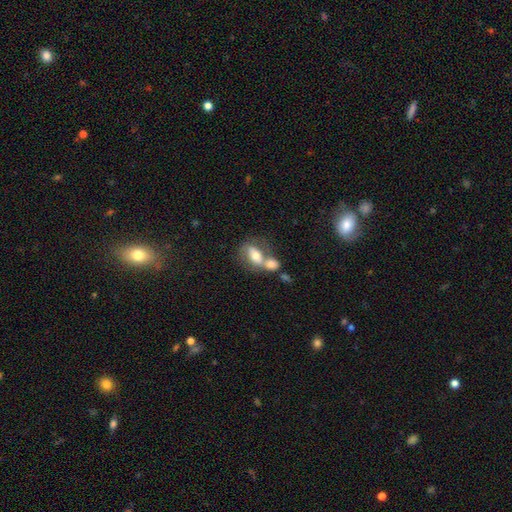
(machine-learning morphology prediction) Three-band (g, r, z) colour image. It shows a smooth galaxy with no disk features (60%) that is in between round and cigar-shaped (78%). Merging: merger (66%).